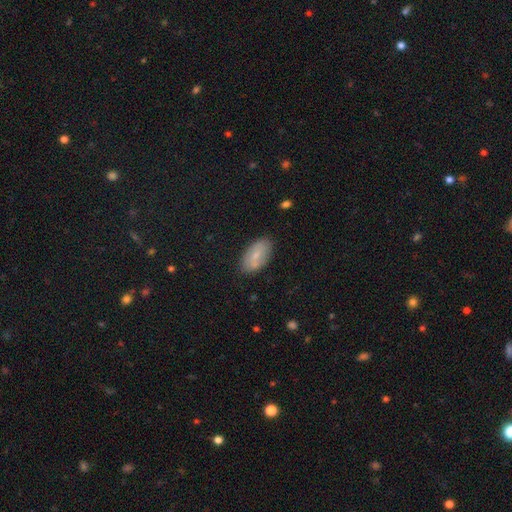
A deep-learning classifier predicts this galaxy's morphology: Smooth or featured? smooth (67%)
How rounded? in between (93%)
Merging? none (79%)